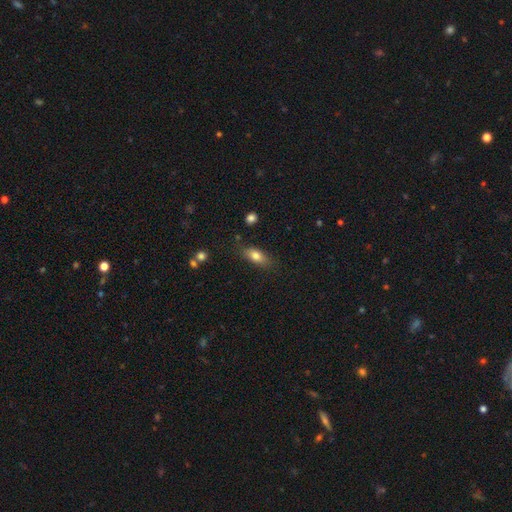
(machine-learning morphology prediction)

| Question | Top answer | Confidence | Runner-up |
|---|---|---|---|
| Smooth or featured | smooth | 79% | featured or disk (13%) |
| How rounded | in between | 80% | cigar-shaped (14%) |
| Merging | none | 78% | minor disturbance (15%) |